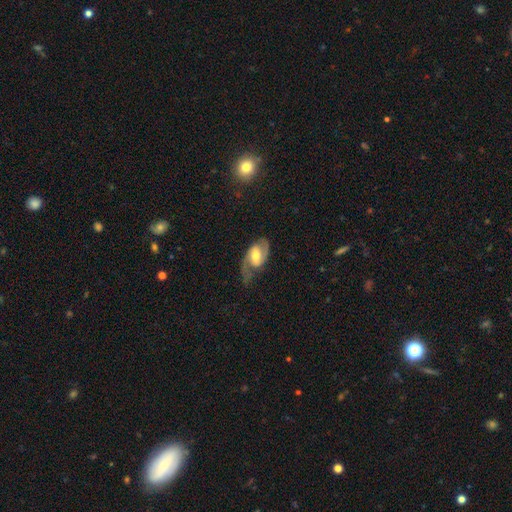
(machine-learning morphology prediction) The model was most divided on "bar": weak: 48%, no: 32%, strong: 20%. Remaining: edge-on disk — no (96%); spiral arms — yes (92%); spiral arm count — 2 (84%); smooth or featured — featured or disk (78%); bulge size — moderate (65%); merging — none (59%); spiral winding — medium (49%).